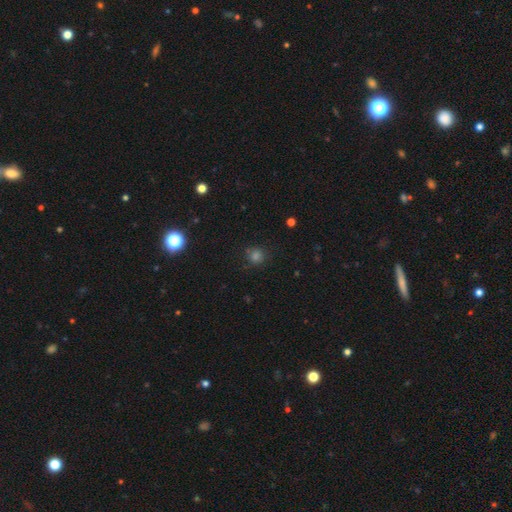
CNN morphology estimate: Smooth or featured: smooth — 68% (star or artifact — 26%)
How rounded: round — 90% (in between — 9%)
Merging: none — 84% (minor disturbance — 11%)